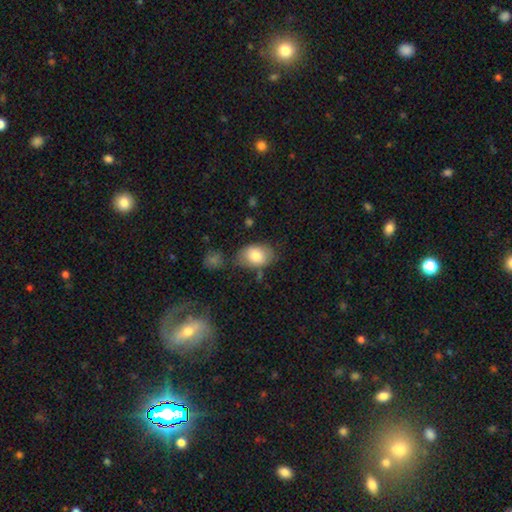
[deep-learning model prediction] This appears to be a smooth galaxy with no disk features (80%) that is in between round and cigar-shaped (78%). Merging: none (69%).